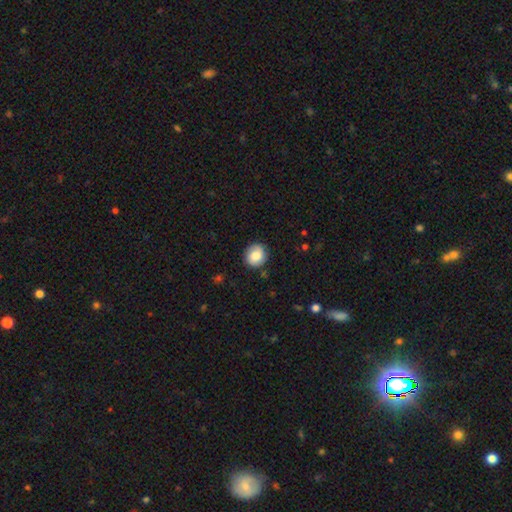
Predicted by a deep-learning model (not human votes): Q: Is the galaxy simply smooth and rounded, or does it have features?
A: smooth — 74%.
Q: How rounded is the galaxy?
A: round — 84%.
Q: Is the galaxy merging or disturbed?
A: none — 85%.